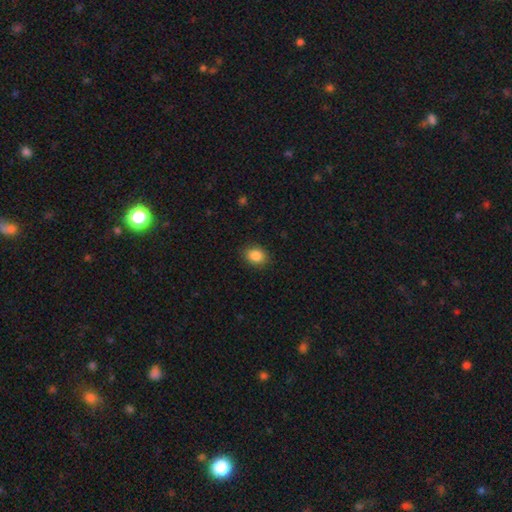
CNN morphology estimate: Overall: smooth (87%). How rounded: in between (58%; round 41%). Merging: none (88%).